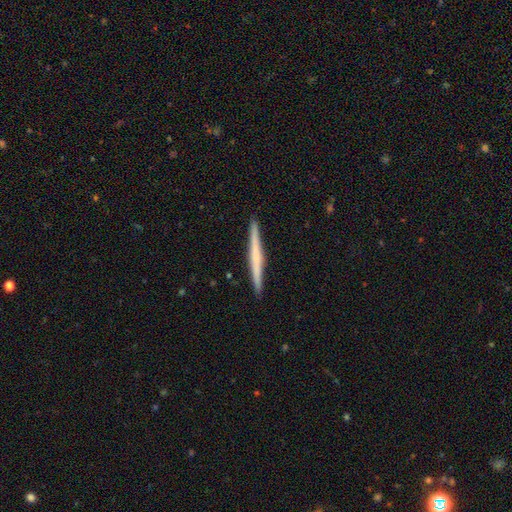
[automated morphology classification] featured or disk 52%, smooth 43%, star or artifact 6%. Down the decision tree: edge-on disk — yes (98%); edge-on bulge — none (74%); merging — none (93%).